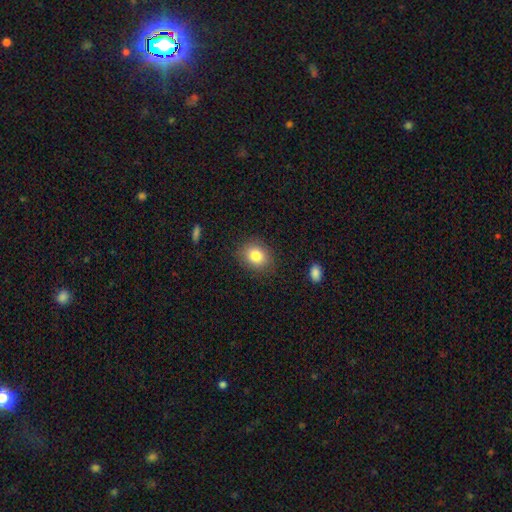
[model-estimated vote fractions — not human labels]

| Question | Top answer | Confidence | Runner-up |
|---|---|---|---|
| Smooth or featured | smooth | 82% | star or artifact (10%) |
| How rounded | round | 58% | in between (41%) |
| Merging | none | 86% | minor disturbance (10%) |